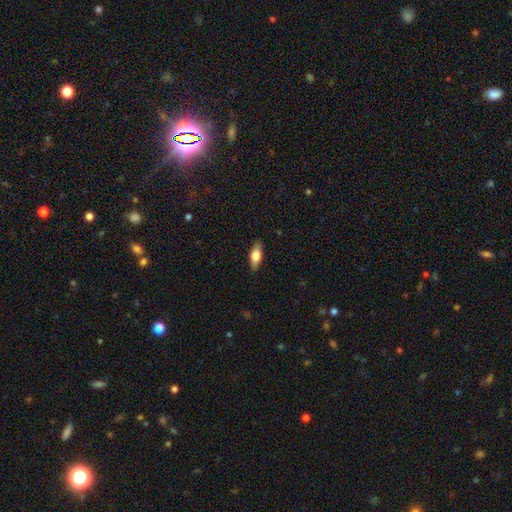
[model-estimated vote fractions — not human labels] A smooth galaxy with no disk features (69%) that is in between round and cigar-shaped (75%).

Vote fractions:
- Smooth or featured? smooth: 69% / featured or disk: 25% / star or artifact: 6%
- How rounded? in between: 75% / cigar-shaped: 22% / round: 3%
- Merging? none: 87% / minor disturbance: 10% / major disturbance: 2% / merger: 1%